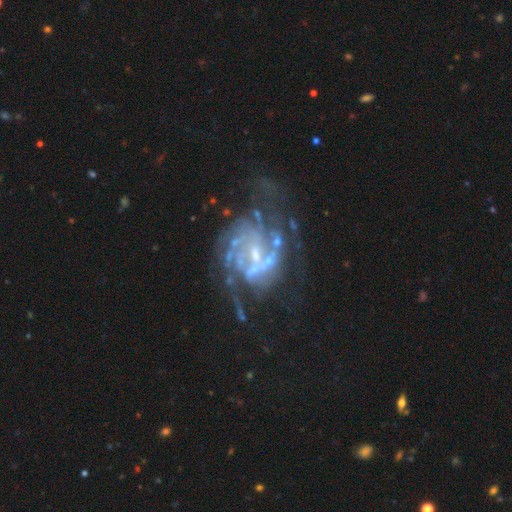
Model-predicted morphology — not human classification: smooth_or_featured: featured or disk (p=0.83) [alt: star or artifact p=0.10]
disk_edge_on: no (p=0.98) [alt: yes p=0.02]
bar: no (p=0.48) [alt: weak p=0.38]
has_spiral_arms: yes (p=0.84) [alt: no p=0.16]
spiral_winding: tight (p=0.42) [alt: medium p=0.40]
spiral_arm_count: can't tell (p=0.38) [alt: 2 p=0.24]
bulge_size: small (p=0.50) [alt: moderate p=0.24]
merging: none (p=0.44) [alt: major disturbance p=0.27]